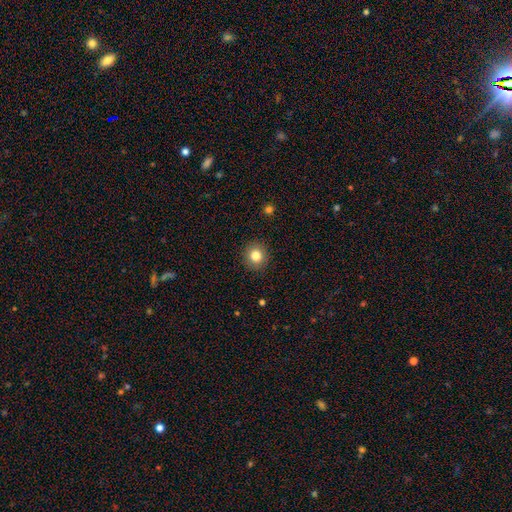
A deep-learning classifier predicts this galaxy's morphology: Q: Smooth or featured?
A: smooth (82%); runner-up: star or artifact (11%)
Q: How rounded?
A: round (90%); runner-up: in between (9%)
Q: Merging?
A: none (91%); runner-up: minor disturbance (6%)